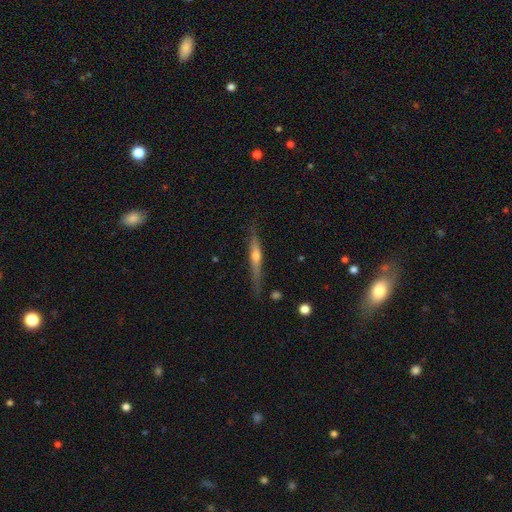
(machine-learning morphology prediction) smooth_or_featured: featured or disk (p=0.62) [alt: smooth p=0.32]
disk_edge_on: yes (p=0.96) [alt: no p=0.04]
edge_on_bulge: rounded (p=0.79) [alt: none p=0.14]
merging: none (p=0.76) [alt: minor disturbance p=0.18]